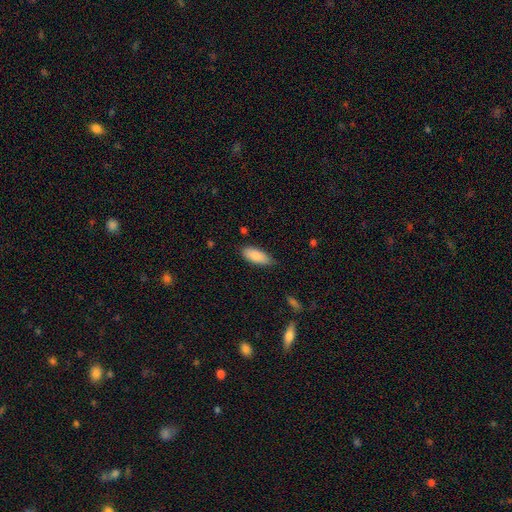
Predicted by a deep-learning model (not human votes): Morphology: type=smooth (87%); roundness=in between (80%); merging=none (76%).